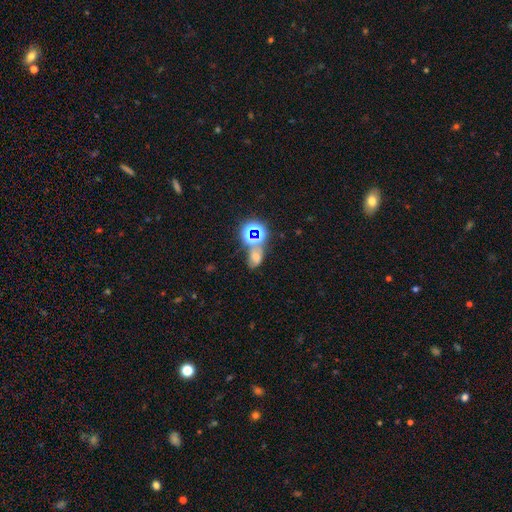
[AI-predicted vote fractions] A smooth galaxy with no disk features (46%).

Vote fractions:
- Smooth or featured? smooth: 46% / star or artifact: 39% / featured or disk: 14%
- Merging? none: 41% / merger: 31% / minor disturbance: 16% / major disturbance: 13%